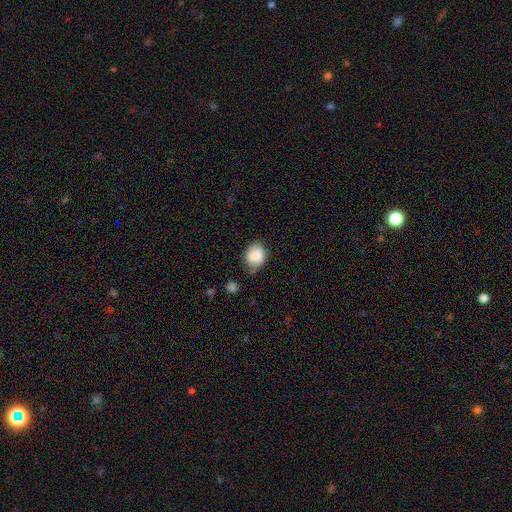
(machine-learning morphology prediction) Overall: smooth (87%). How rounded: round (58%; in between 42%). Merging: none (68%).